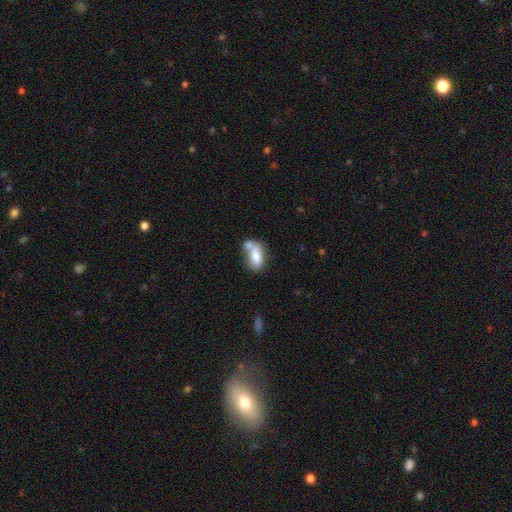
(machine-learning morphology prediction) Q: Smooth or featured?
A: smooth (72%); runner-up: featured or disk (20%)
Q: How rounded?
A: in between (86%); runner-up: round (7%)
Q: Merging?
A: merger (49%); runner-up: none (29%)